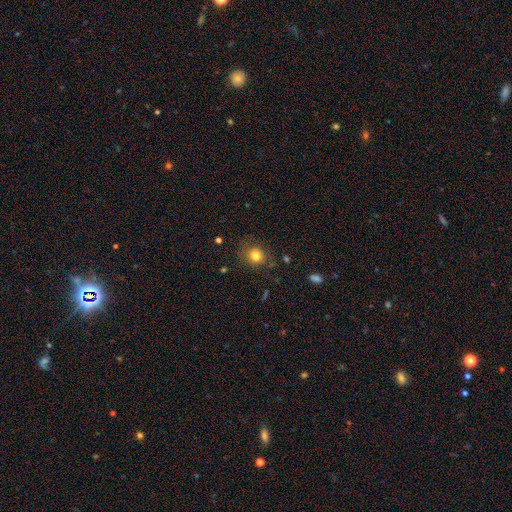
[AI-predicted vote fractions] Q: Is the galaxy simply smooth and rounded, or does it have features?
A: smooth — 79%.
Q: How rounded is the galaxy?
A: round — 81%.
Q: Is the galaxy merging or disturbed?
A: none — 80%.